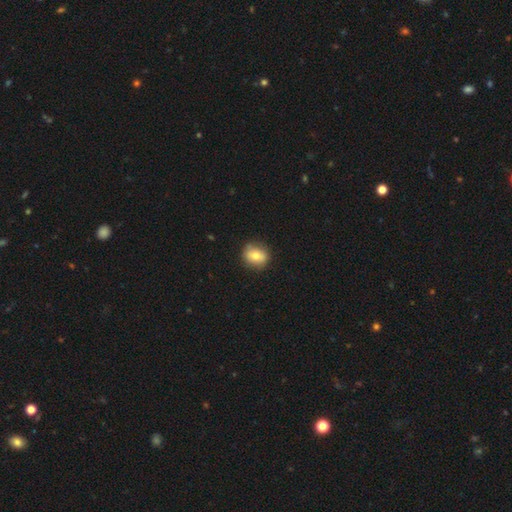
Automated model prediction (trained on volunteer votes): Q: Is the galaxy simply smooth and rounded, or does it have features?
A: smooth — 74%.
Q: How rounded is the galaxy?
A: round — 67%.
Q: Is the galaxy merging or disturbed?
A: none — 84%.